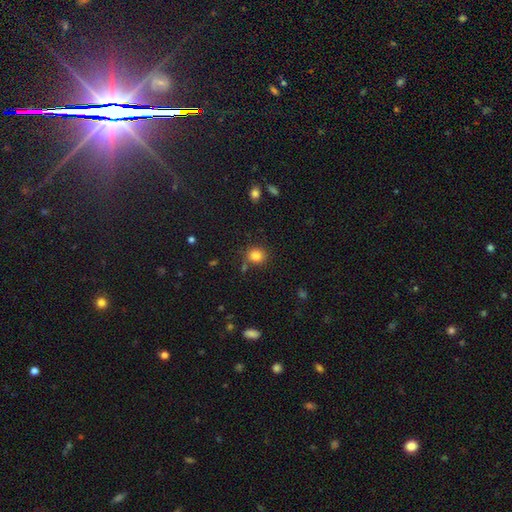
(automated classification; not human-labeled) Smooth or featured?
  - smooth: 83% *
  - star or artifact: 12%
  - featured or disk: 5%
How rounded?
  - round: 79% *
  - in between: 20%
  - cigar-shaped: 1%
Merging?
  - none: 79% *
  - minor disturbance: 11%
  - merger: 6%
  - major disturbance: 4%